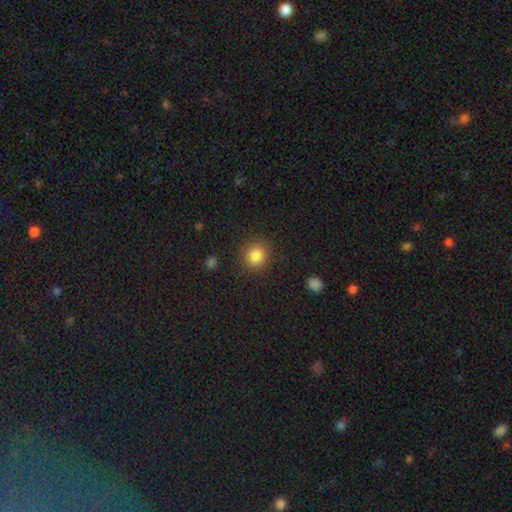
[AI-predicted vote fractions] This appears to be a smooth galaxy with no disk features (85%) that is round (87%). Merging: none (89%).